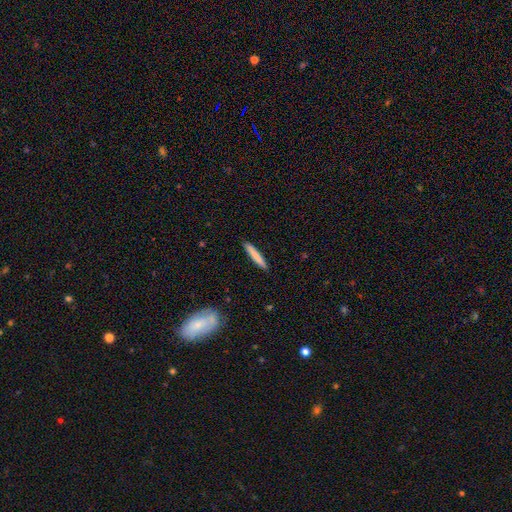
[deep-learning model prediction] This is likely a smooth galaxy (78%). How rounded: clearly cigar-shaped (95%). Merging: clearly none (91%).